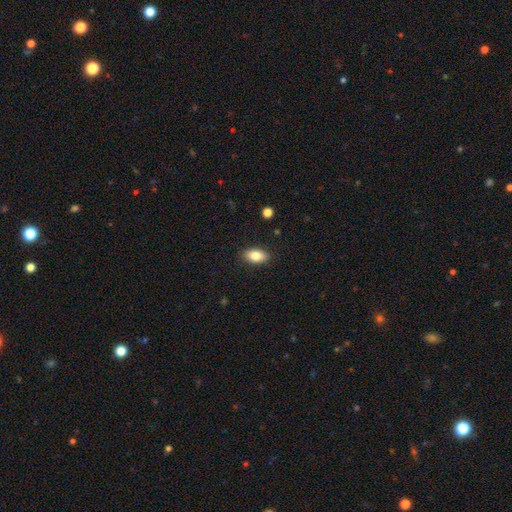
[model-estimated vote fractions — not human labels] Q: Smooth or featured?
A: smooth (84%); runner-up: featured or disk (9%)
Q: How rounded?
A: in between (91%); runner-up: round (5%)
Q: Merging?
A: none (89%); runner-up: minor disturbance (8%)